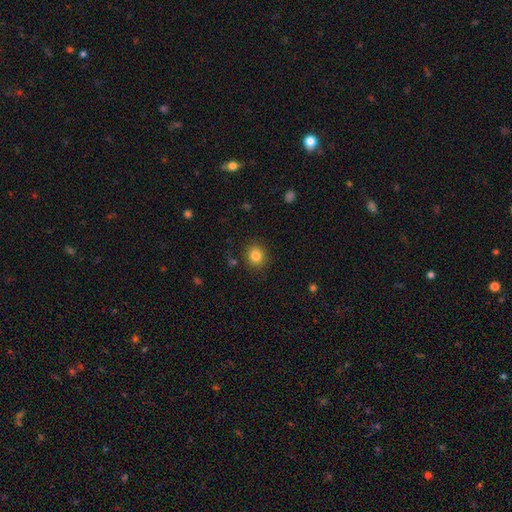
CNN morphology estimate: smooth-or-featured: smooth: 84% | star or artifact: 11% | featured or disk: 5%
  how-rounded: round: 82% | in between: 17% | cigar-shaped: 1%
  merging: none: 86% | minor disturbance: 9% | major disturbance: 3% | merger: 2%